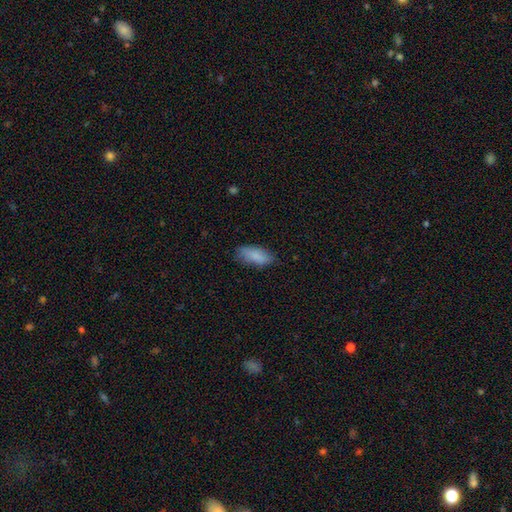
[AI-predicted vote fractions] Overall: smooth (85%). How rounded: in between (80%). Merging: none (77%).